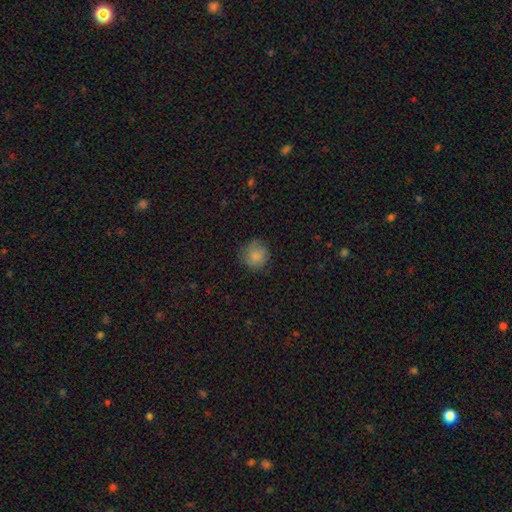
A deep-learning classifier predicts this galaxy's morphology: Q: Smooth or featured?
A: smooth (84%); runner-up: star or artifact (8%)
Q: How rounded?
A: round (92%); runner-up: in between (8%)
Q: Merging?
A: none (79%); runner-up: minor disturbance (16%)